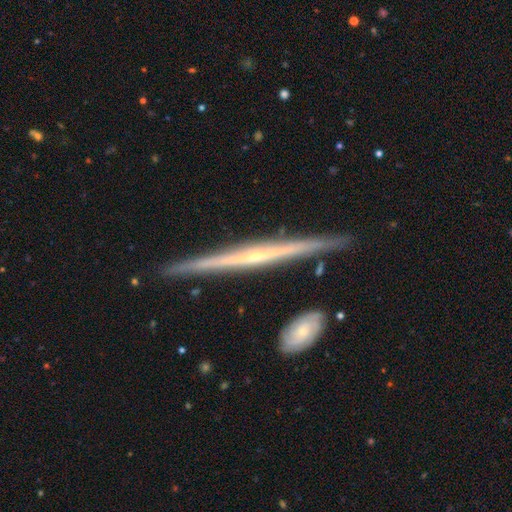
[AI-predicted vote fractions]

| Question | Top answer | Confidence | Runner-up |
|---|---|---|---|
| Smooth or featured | featured or disk | 82% | smooth (12%) |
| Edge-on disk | yes | 98% | no (2%) |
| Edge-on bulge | none | 53% | rounded (41%) |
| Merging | none | 89% | minor disturbance (8%) |